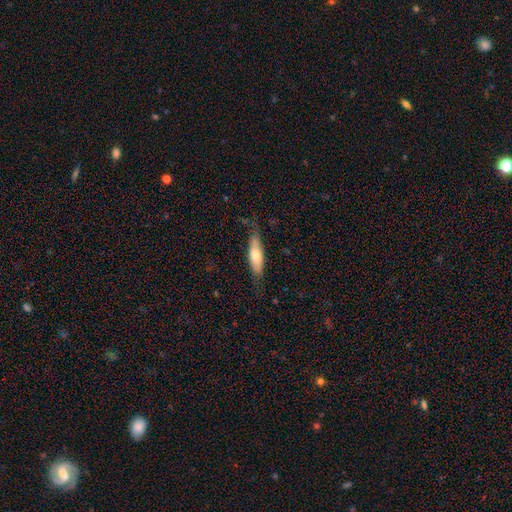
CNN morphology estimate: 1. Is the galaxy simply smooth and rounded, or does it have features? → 64% smooth, 31% featured or disk, 6% star or artifact.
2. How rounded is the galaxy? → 56% cigar-shaped, 42% in between, 2% round.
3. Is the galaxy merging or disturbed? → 67% none, 23% minor disturbance, 8% major disturbance, 2% merger.